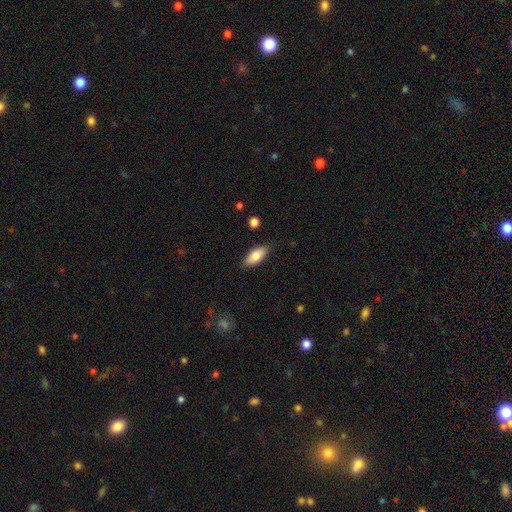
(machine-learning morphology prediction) Overall: smooth (79%). How rounded: in between (85%). Merging: none (85%).